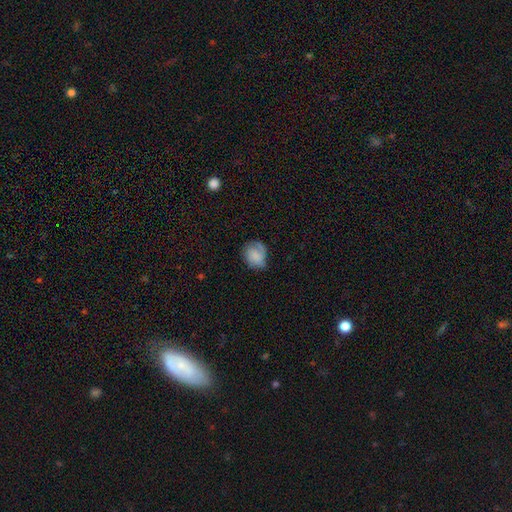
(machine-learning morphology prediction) smooth 56%, featured or disk 36%, star or artifact 8%. Down the decision tree: how rounded — round (61%); merging — none (55%).